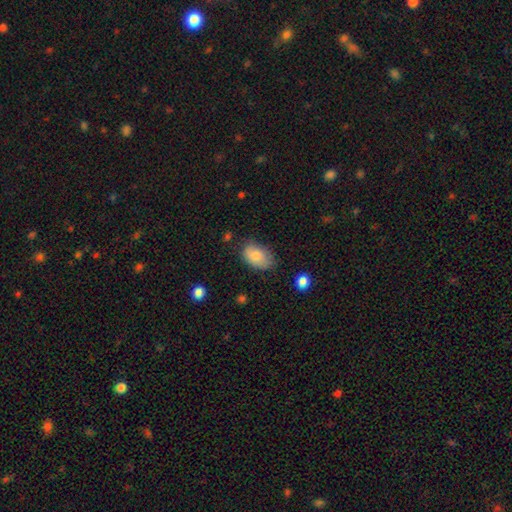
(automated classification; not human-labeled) The model was most divided on "merging": none: 69%, minor disturbance: 24%, major disturbance: 6%, merger: 2%. More confident: how rounded — in between (90%); smooth or featured — smooth (82%).